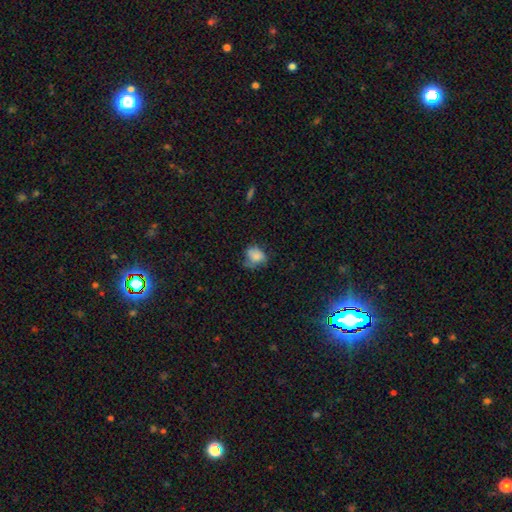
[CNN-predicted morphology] type=smooth (78%); roundness=in between (53%); merging=none (44%).